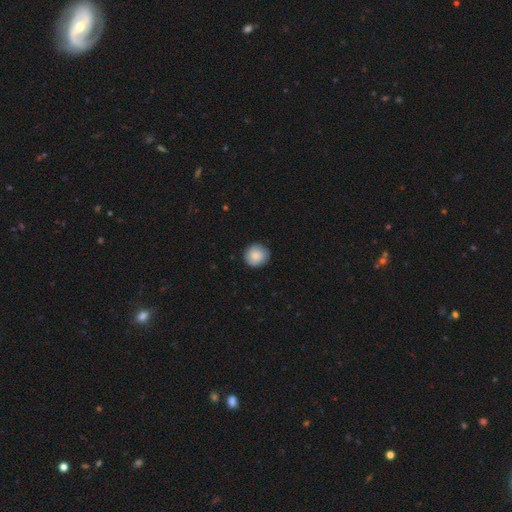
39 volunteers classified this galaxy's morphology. Smooth or featured? 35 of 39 (90%) said smooth. How rounded? 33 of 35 (94%) said round. Merging? 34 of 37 (92%) said none.